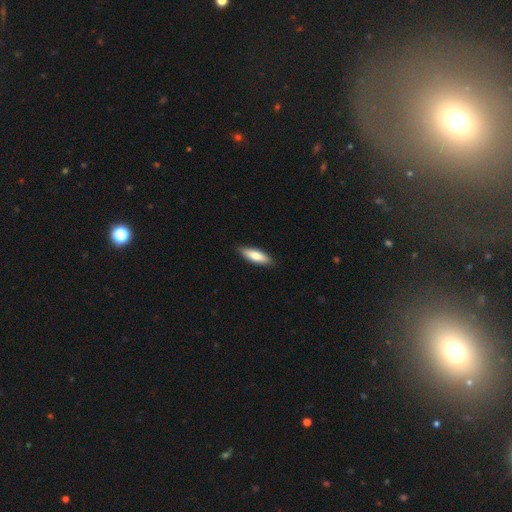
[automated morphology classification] Smooth or featured? smooth (76%)
How rounded? in between (51%)
Merging? none (88%)